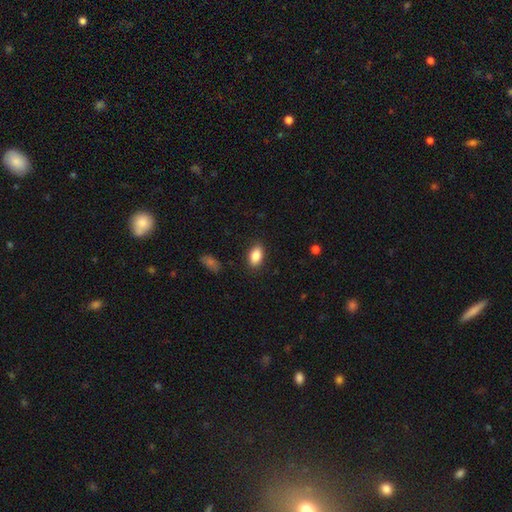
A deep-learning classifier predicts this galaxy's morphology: A smooth galaxy with no disk features (86%) that is in between round and cigar-shaped (90%). Merging: none (87%).